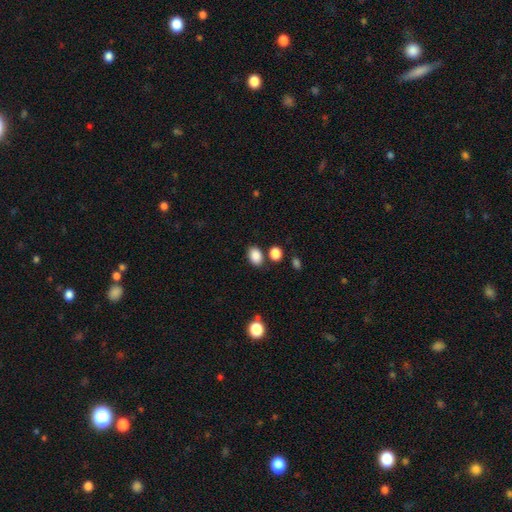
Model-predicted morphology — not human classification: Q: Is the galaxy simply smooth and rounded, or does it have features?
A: smooth — 87%.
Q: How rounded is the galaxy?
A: in between — 78%.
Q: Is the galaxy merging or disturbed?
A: none — 75%.